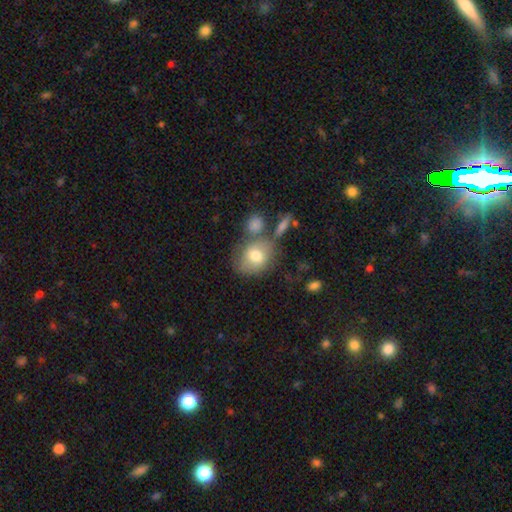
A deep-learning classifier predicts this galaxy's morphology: Q: Smooth or featured?
A: smooth (70%); runner-up: featured or disk (22%)
Q: How rounded?
A: in between (52%); runner-up: round (46%)
Q: Merging?
A: none (51%); runner-up: merger (23%)